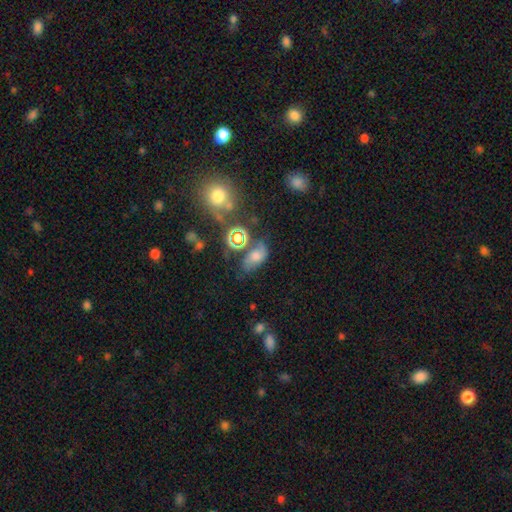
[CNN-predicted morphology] A smooth galaxy with no disk features (48%).

Vote fractions:
- Smooth or featured? smooth: 48% / featured or disk: 28% / star or artifact: 24%
- Merging? none: 49% / minor disturbance: 25% / major disturbance: 16% / merger: 10%